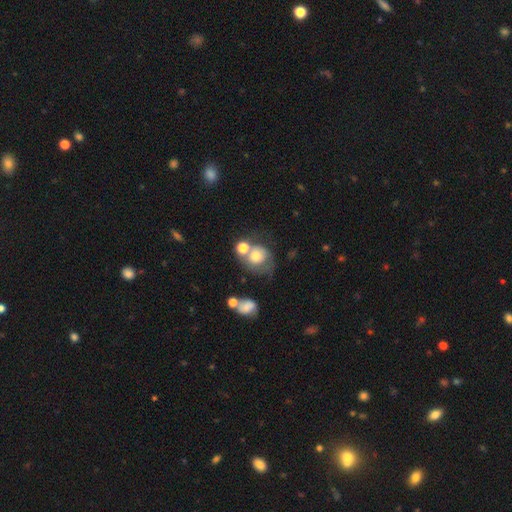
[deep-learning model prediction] A smooth galaxy with no disk features (64%) that is round (71%).

Vote fractions:
- Smooth or featured? smooth: 64% / featured or disk: 25% / star or artifact: 11%
- How rounded? round: 71% / in between: 28% / cigar-shaped: 1%
- Merging? merger: 35% / none: 31% / minor disturbance: 17% / major disturbance: 17%